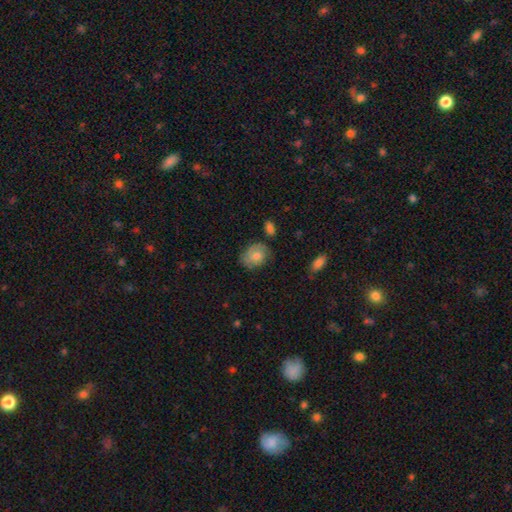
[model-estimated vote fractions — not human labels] Morphology: type=smooth (61%); roundness=in between (56%); merging=none (63%).